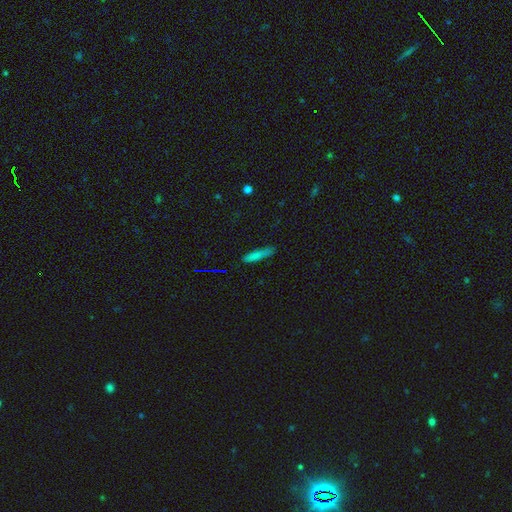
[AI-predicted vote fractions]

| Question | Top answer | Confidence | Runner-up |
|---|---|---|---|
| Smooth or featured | smooth | 77% | featured or disk (12%) |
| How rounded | cigar-shaped | 86% | in between (12%) |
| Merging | none | 78% | minor disturbance (17%) |